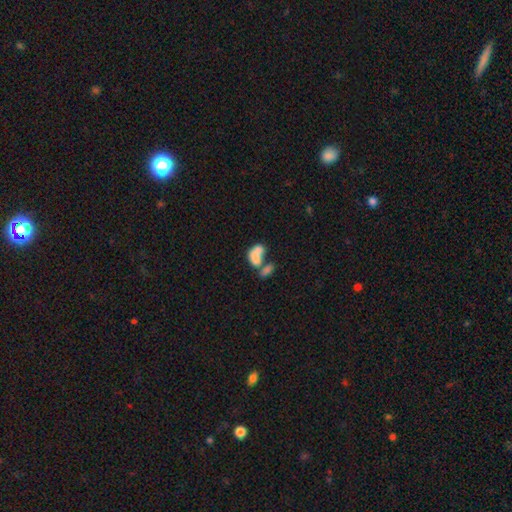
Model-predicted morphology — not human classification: Smooth or featured? smooth (69%)
How rounded? in between (85%)
Merging? merger (68%)